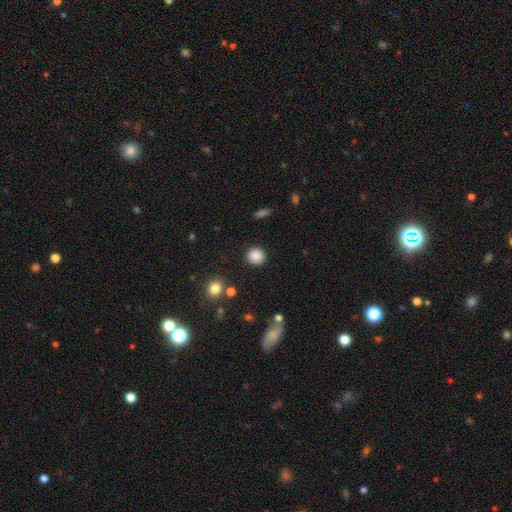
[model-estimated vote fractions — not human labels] Morphology: type=smooth (86%); roundness=round (90%); merging=none (90%).